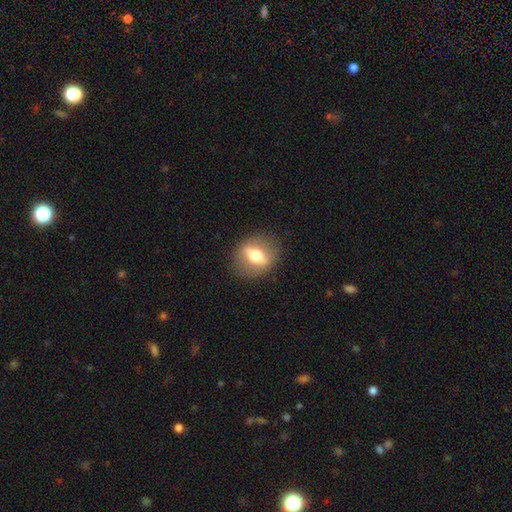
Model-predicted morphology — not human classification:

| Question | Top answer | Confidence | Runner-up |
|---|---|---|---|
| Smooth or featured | featured or disk | 53% | smooth (38%) |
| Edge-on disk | no | 53% | yes (47%) |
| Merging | none | 85% | minor disturbance (9%) |